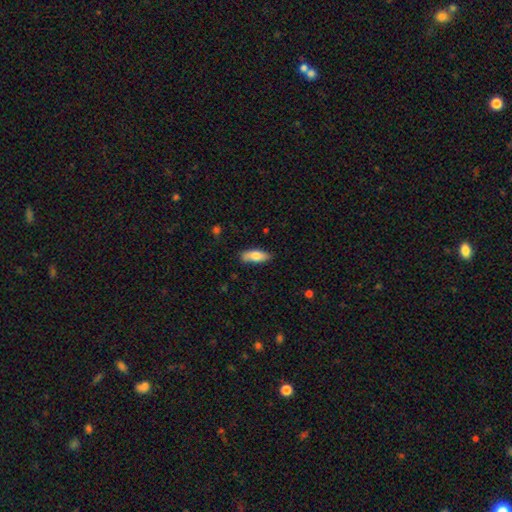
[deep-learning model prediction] A smooth galaxy with no disk features (78%) that is in between round and cigar-shaped (68%).

Vote fractions:
- Smooth or featured? smooth: 78% / featured or disk: 16% / star or artifact: 6%
- How rounded? in between: 68% / cigar-shaped: 30% / round: 2%
- Merging? none: 80% / minor disturbance: 16% / major disturbance: 3% / merger: 2%